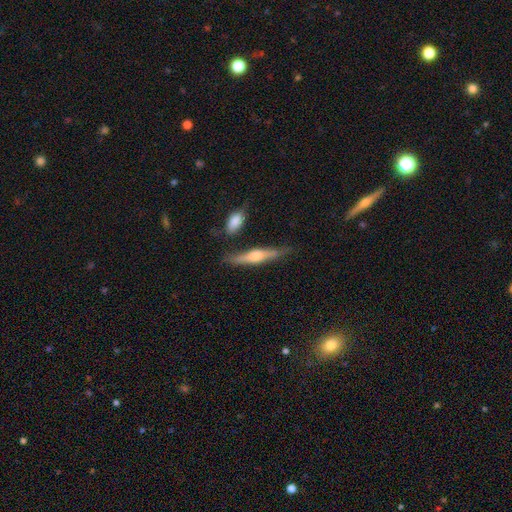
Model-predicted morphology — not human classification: Q: Smooth or featured?
A: featured or disk (67%); runner-up: smooth (26%)
Q: Edge-on disk?
A: yes (96%); runner-up: no (4%)
Q: Edge-on bulge?
A: rounded (82%); runner-up: boxy (12%)
Q: Merging?
A: none (80%); runner-up: minor disturbance (13%)